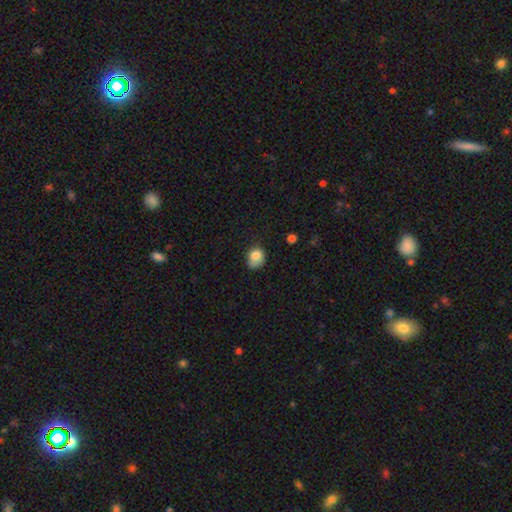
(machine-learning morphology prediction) type=smooth (79%); roundness=round (58%); merging=none (41%).